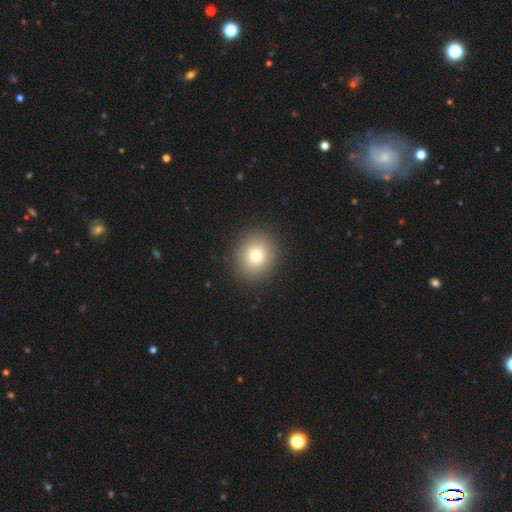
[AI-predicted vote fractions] Smooth or featured? Predicted: smooth (p=0.78). How rounded? Predicted: round (p=0.79). Merging? Predicted: none (p=0.90).